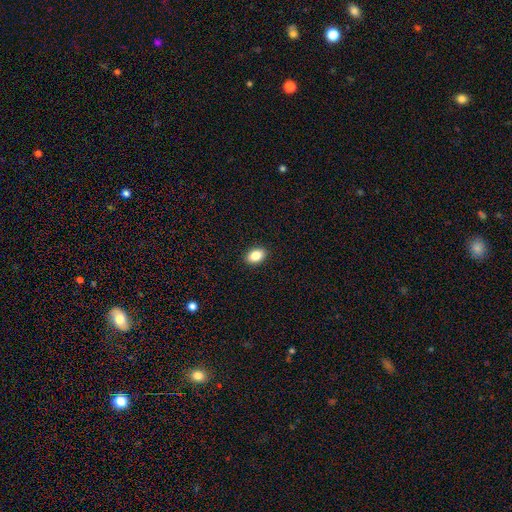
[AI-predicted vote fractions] Smooth or featured? Predicted: smooth (p=0.85). How rounded? Predicted: in between (p=0.84). Merging? Predicted: none (p=0.91).